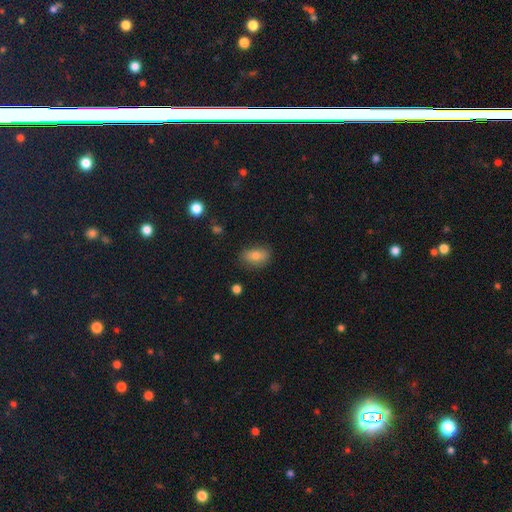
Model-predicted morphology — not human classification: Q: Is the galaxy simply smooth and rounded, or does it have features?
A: smooth — 78%.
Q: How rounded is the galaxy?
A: in between — 81%.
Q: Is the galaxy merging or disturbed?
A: none — 77%.